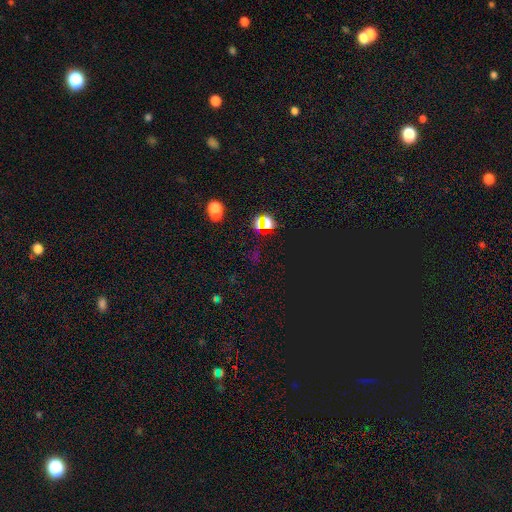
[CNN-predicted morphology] A star or artifact, not a galaxy (71%).